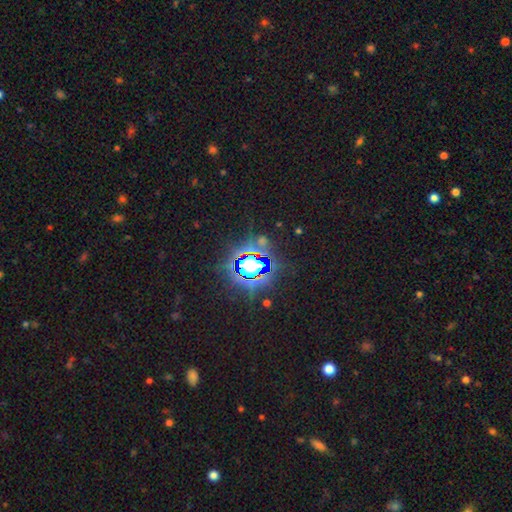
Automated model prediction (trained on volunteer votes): Smooth or featured? Predicted: star or artifact (p=0.80).